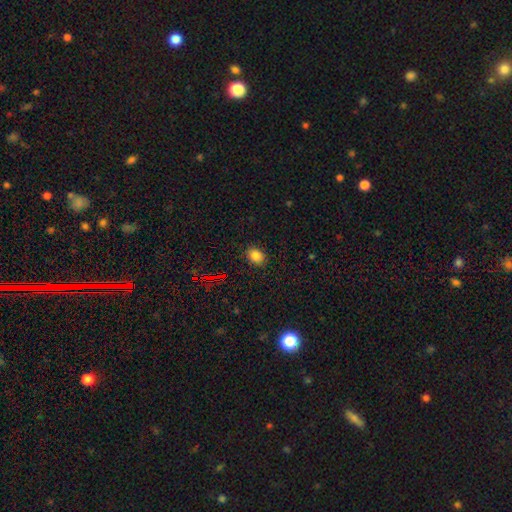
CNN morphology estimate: smooth_or_featured: smooth (p=0.81) [alt: star or artifact p=0.14]
how_rounded: in between (p=0.62) [alt: round p=0.37]
merging: none (p=0.85) [alt: minor disturbance p=0.11]